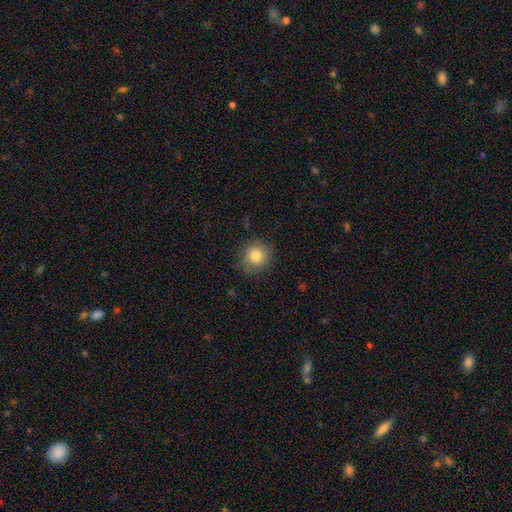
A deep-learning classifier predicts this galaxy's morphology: This appears to be a smooth galaxy with no disk features (81%) that is round (90%). Merging: none (84%).